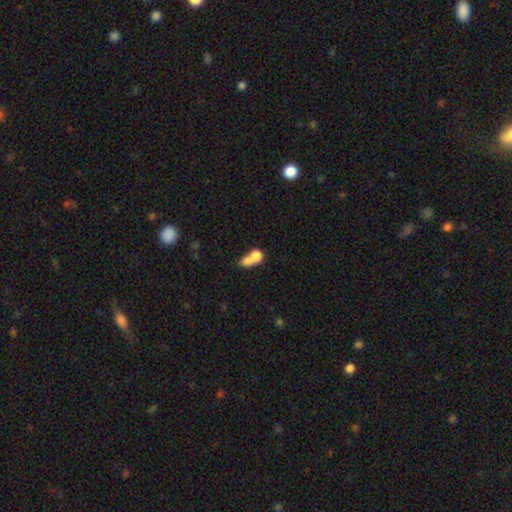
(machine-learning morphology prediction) Smooth or featured? smooth (72%)
How rounded? round (57%)
Merging? merger (68%)